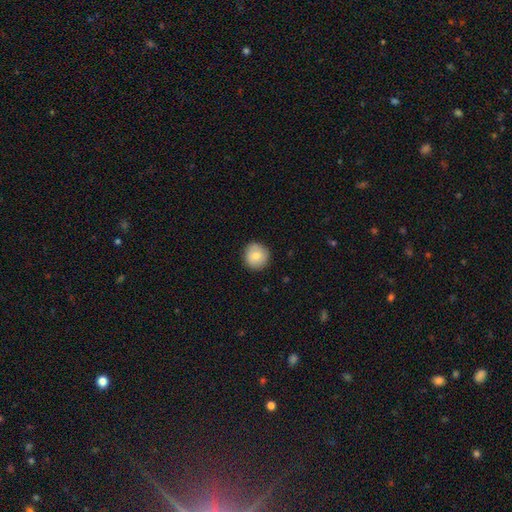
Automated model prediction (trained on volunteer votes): smooth-or-featured: smooth: 80% | featured or disk: 13% | star or artifact: 8%
  how-rounded: round: 93% | in between: 6% | cigar-shaped: 1%
  merging: none: 89% | minor disturbance: 8% | major disturbance: 2% | merger: 1%